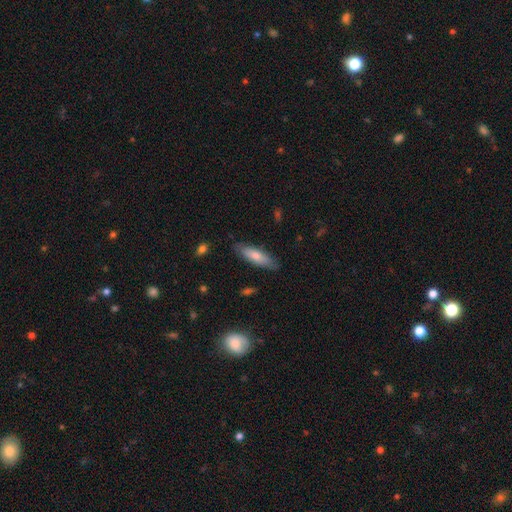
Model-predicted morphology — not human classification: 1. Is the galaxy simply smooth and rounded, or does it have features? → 72% smooth, 22% featured or disk, 6% star or artifact.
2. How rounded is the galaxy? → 53% cigar-shaped, 45% in between, 2% round.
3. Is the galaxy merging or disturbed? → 84% none, 13% minor disturbance, 2% major disturbance, 1% merger.